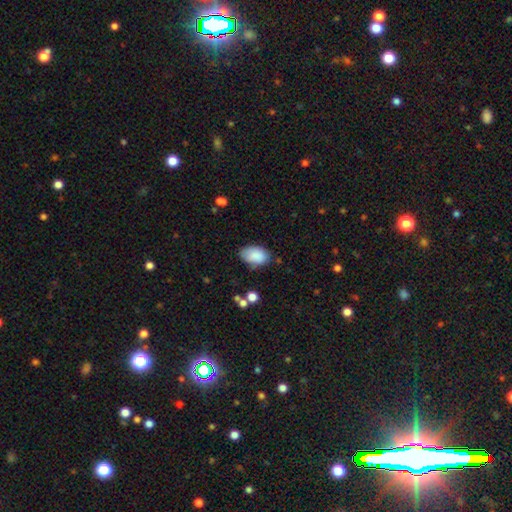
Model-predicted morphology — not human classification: Q: Smooth or featured?
A: smooth (87%); runner-up: star or artifact (7%)
Q: How rounded?
A: in between (91%); runner-up: round (8%)
Q: Merging?
A: none (70%); runner-up: minor disturbance (22%)